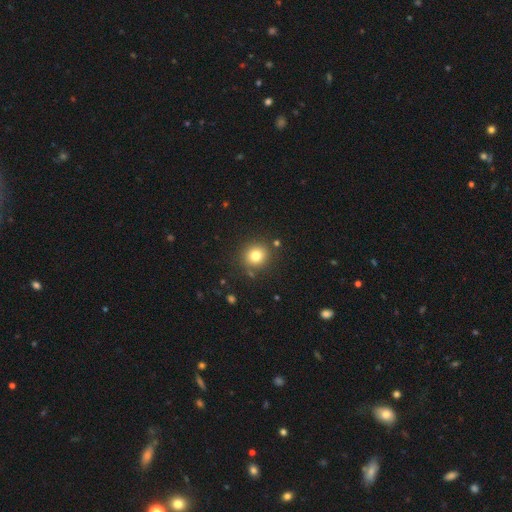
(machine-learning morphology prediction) A smooth galaxy with no disk features (79%) that is round (85%). Merging: none (86%).